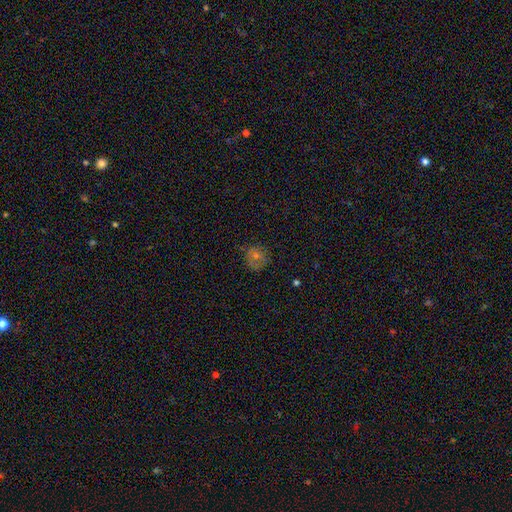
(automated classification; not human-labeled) Smooth or featured?
  - smooth: 52% *
  - featured or disk: 28%
  - star or artifact: 20%
How rounded?
  - round: 80% *
  - in between: 19%
  - cigar-shaped: 1%
Merging?
  - none: 67% *
  - minor disturbance: 22%
  - major disturbance: 9%
  - merger: 2%